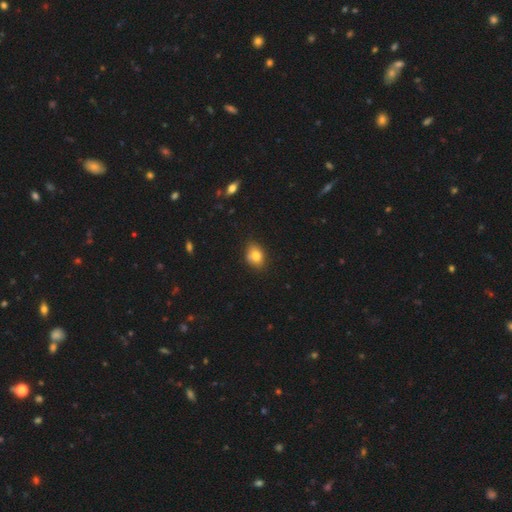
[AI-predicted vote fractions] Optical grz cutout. It shows a smooth galaxy with no disk features (80%) that is in between round and cigar-shaped (64%). Merging: none (74%).